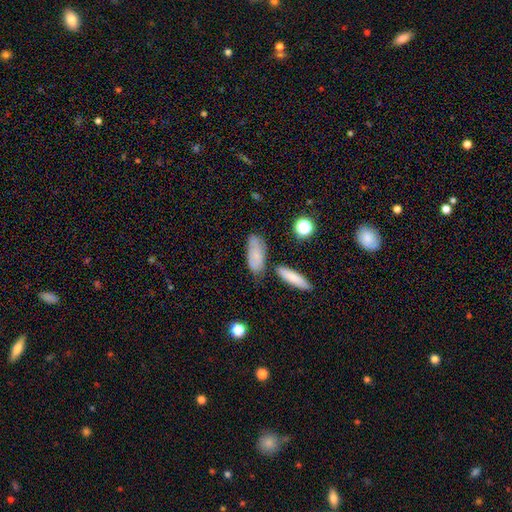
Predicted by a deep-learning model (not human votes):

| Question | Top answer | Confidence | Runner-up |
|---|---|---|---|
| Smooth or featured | smooth | 65% | featured or disk (26%) |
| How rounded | in between | 81% | cigar-shaped (16%) |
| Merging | none | 62% | minor disturbance (21%) |